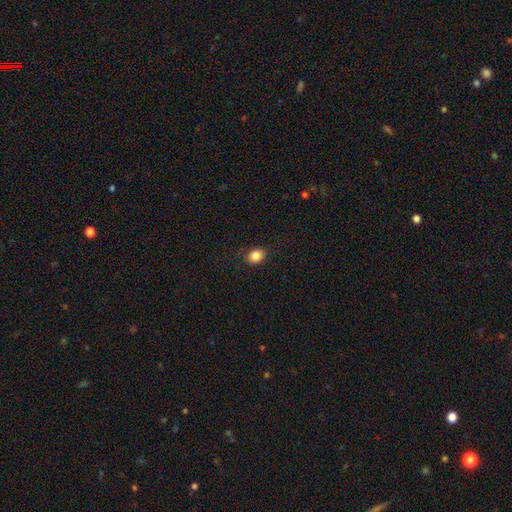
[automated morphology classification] A smooth galaxy with no disk features (85%) that is round (54%).

Vote fractions:
- Smooth or featured? smooth: 85% / star or artifact: 10% / featured or disk: 5%
- How rounded? round: 54% / in between: 45% / cigar-shaped: 1%
- Merging? none: 86% / minor disturbance: 10% / major disturbance: 3% / merger: 1%